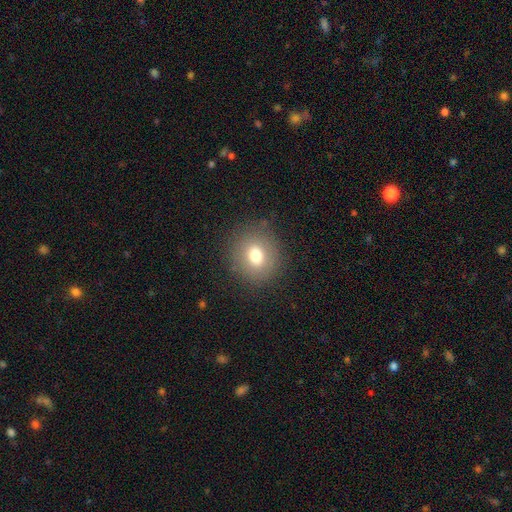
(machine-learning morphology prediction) A smooth galaxy with no disk features (73%) that is round (80%).

Vote fractions:
- Smooth or featured? smooth: 73% / featured or disk: 14% / star or artifact: 12%
- How rounded? round: 80% / in between: 19% / cigar-shaped: 1%
- Merging? none: 85% / minor disturbance: 9% / major disturbance: 4% / merger: 1%